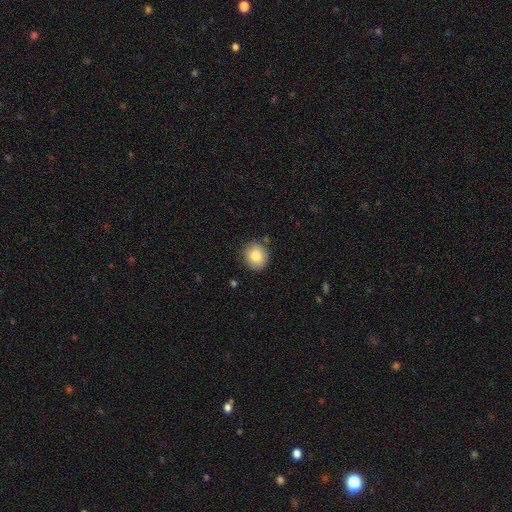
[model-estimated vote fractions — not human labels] A smooth galaxy with no disk features (84%) that is round (82%).

Vote fractions:
- Smooth or featured? smooth: 84% / star or artifact: 8% / featured or disk: 7%
- How rounded? round: 82% / in between: 17% / cigar-shaped: 1%
- Merging? none: 85% / minor disturbance: 10% / major disturbance: 2% / merger: 2%